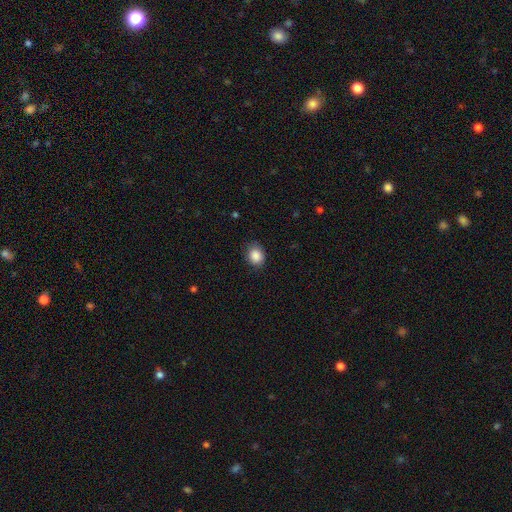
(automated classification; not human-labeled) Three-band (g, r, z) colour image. It shows a smooth galaxy with no disk features (88%) that is round (61%). Merging: none (82%).